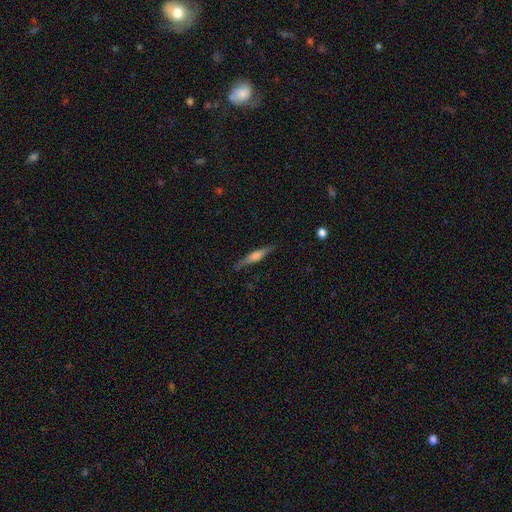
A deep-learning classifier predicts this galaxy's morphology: featured or disk 64%, smooth 30%, star or artifact 6%. Down the decision tree: edge-on disk — yes (97%); edge-on bulge — rounded (77%); merging — none (86%).